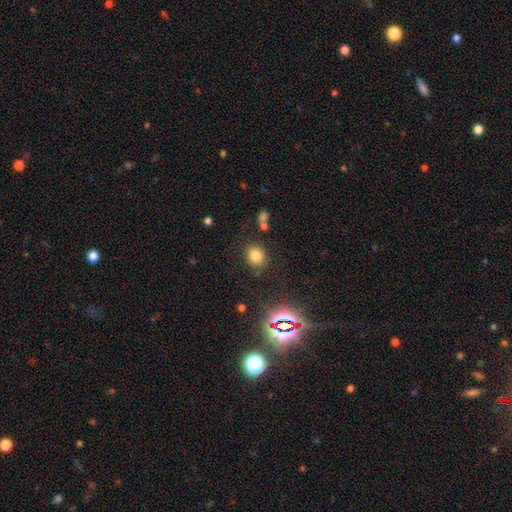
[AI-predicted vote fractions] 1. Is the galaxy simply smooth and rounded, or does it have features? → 77% smooth, 16% star or artifact, 7% featured or disk.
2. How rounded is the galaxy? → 74% round, 25% in between, 1% cigar-shaped.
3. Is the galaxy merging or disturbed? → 81% none, 10% minor disturbance, 5% merger, 4% major disturbance.